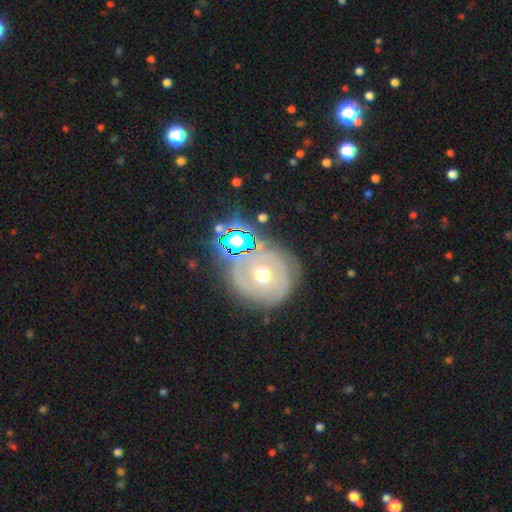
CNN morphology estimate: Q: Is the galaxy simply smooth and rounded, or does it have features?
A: featured or disk — 53%.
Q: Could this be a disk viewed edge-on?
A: no — 93%.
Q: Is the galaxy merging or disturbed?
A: none — 70%.